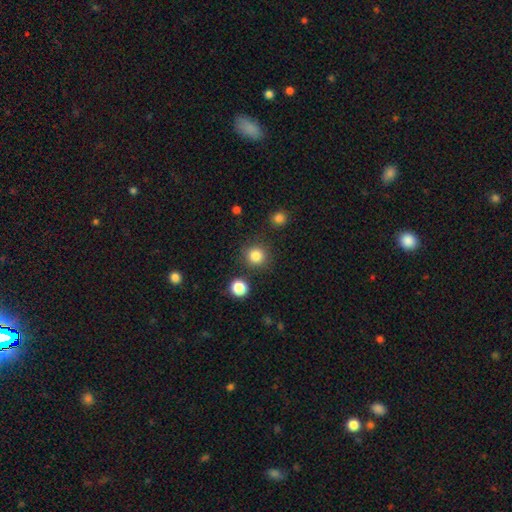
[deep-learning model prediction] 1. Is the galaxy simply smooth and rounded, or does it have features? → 84% smooth, 12% star or artifact, 4% featured or disk.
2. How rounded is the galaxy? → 93% round, 6% in between, 1% cigar-shaped.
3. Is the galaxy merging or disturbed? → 86% none, 7% minor disturbance, 4% merger, 3% major disturbance.